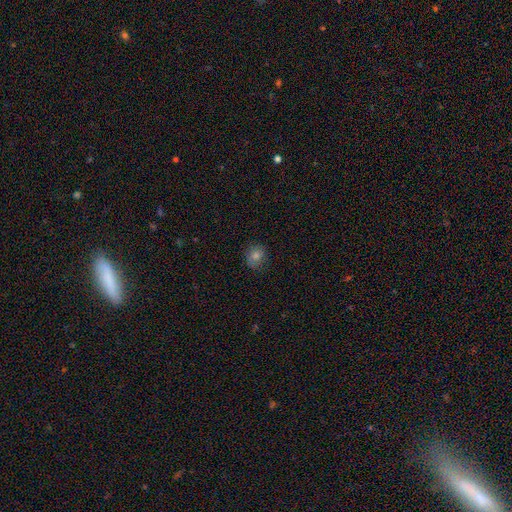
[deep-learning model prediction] smooth-or-featured: smooth: 76% | star or artifact: 15% | featured or disk: 9%
  how-rounded: round: 82% | in between: 17% | cigar-shaped: 1%
  merging: none: 85% | minor disturbance: 12% | major disturbance: 2% | merger: 1%